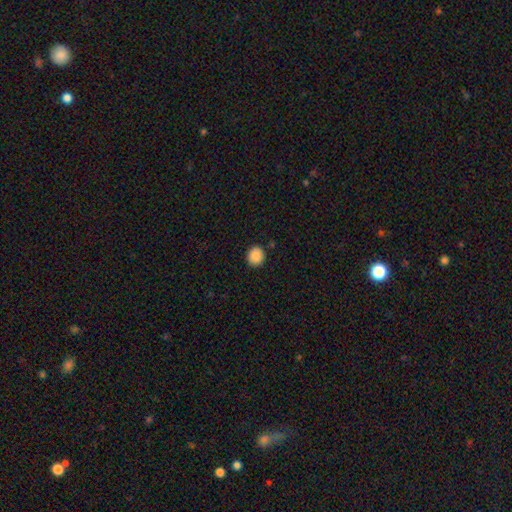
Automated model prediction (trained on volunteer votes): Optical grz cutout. It shows a smooth galaxy with no disk features (89%) that is round (81%). Merging: none (90%).